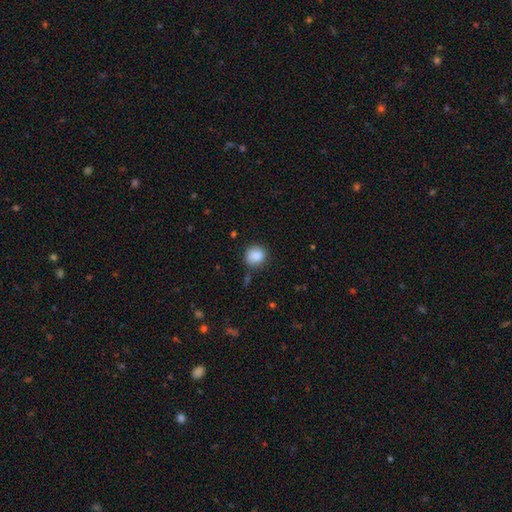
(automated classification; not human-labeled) Smooth or featured?
  - smooth: 88% *
  - star or artifact: 9%
  - featured or disk: 4%
How rounded?
  - round: 82% *
  - in between: 17%
  - cigar-shaped: 1%
Merging?
  - none: 78% *
  - minor disturbance: 15%
  - major disturbance: 4%
  - merger: 3%